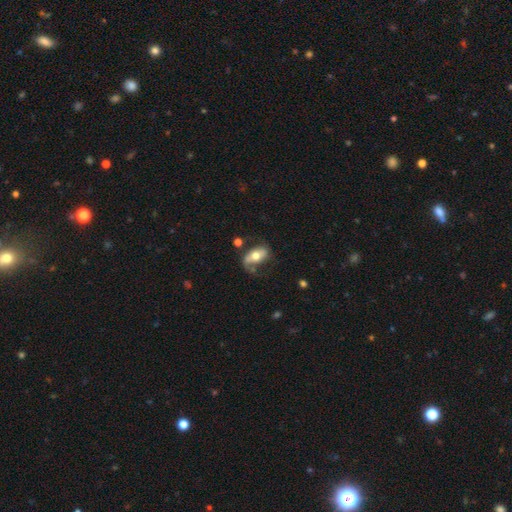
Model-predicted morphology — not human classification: A featured or disk galaxy (51%). Merging: none (45%).